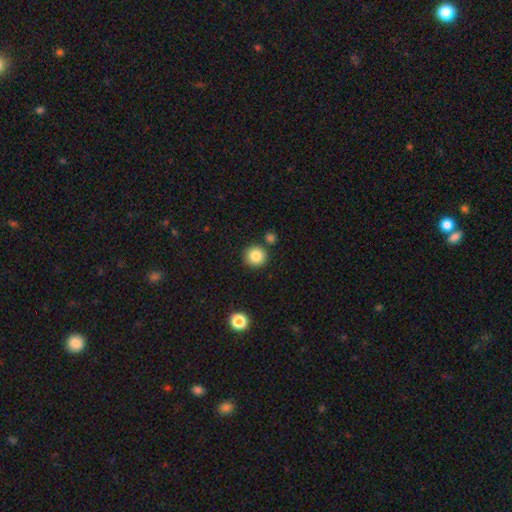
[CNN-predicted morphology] Smooth or featured: smooth — 85% (star or artifact — 10%)
How rounded: round — 94% (in between — 5%)
Merging: none — 85% (minor disturbance — 7%)